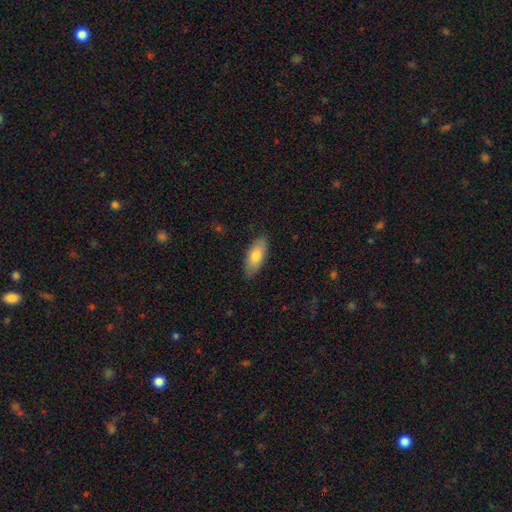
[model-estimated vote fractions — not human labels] Overall: smooth (77%). How rounded: in between (82%). Merging: none (87%).